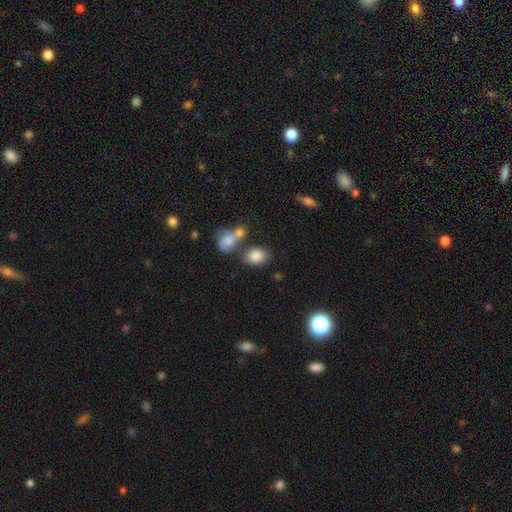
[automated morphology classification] smooth_or_featured: smooth (p=0.83) [alt: featured or disk p=0.09]
how_rounded: in between (p=0.69) [alt: round p=0.29]
merging: none (p=0.59) [alt: merger p=0.21]